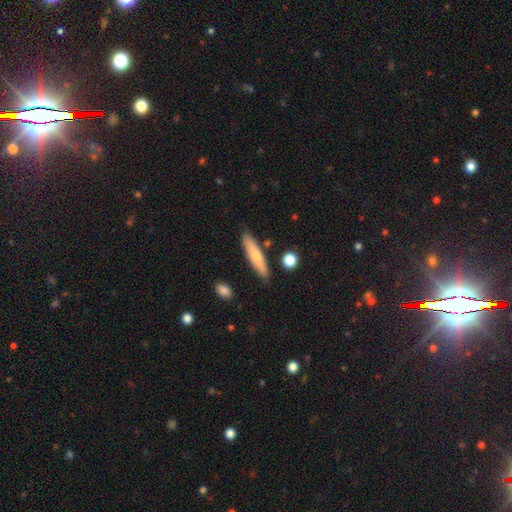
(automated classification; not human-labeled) This is likely a smooth galaxy (68%). How rounded: clearly cigar-shaped (82%). Merging: clearly none (84%).